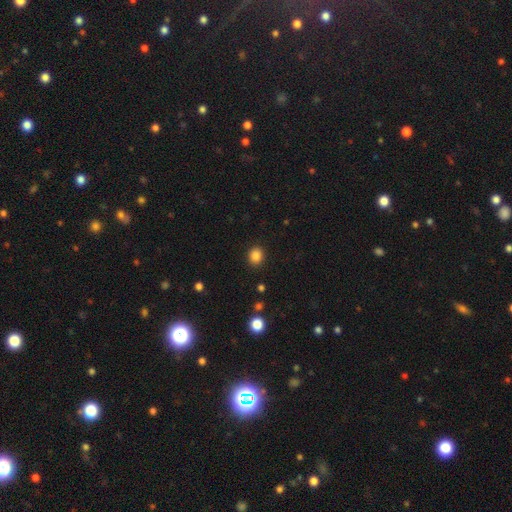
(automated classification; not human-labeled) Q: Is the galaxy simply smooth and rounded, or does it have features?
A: smooth — 86%.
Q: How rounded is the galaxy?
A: round — 74%.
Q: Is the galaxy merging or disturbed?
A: none — 91%.